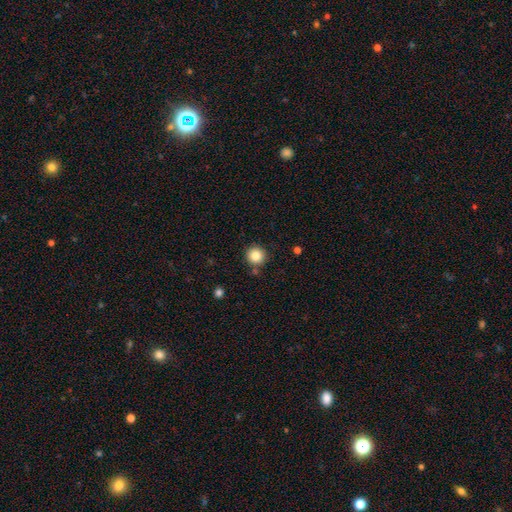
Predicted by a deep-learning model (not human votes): smooth-or-featured: smooth: 84% | star or artifact: 10% | featured or disk: 5%
  how-rounded: round: 95% | in between: 4% | cigar-shaped: 1%
  merging: none: 86% | minor disturbance: 8% | merger: 5% | major disturbance: 2%